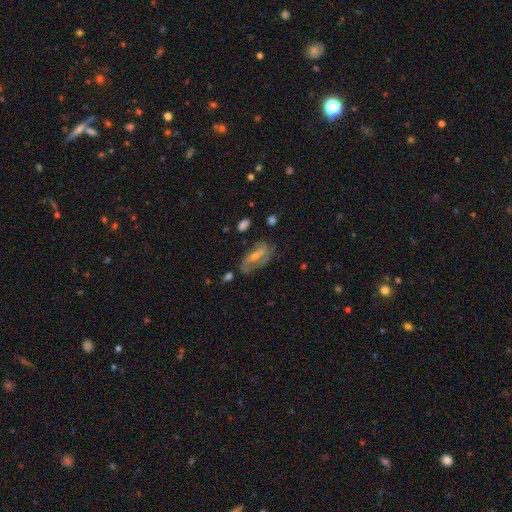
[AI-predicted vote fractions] Smooth or featured: featured or disk — 66% (smooth — 26%)
Edge-on disk: no — 90% (yes — 10%)
Bar: weak — 36% (strong — 33%)
Spiral arms: yes — 73% (no — 27%)
Bulge size: small — 49% (moderate — 43%)
Merging: none — 60% (minor disturbance — 23%)